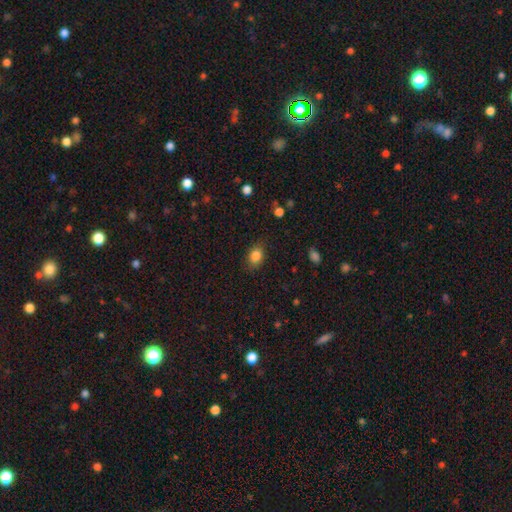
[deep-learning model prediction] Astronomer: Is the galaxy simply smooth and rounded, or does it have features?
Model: smooth — 85%.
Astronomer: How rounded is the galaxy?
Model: in between — 71%.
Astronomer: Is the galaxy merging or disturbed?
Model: none — 78%.